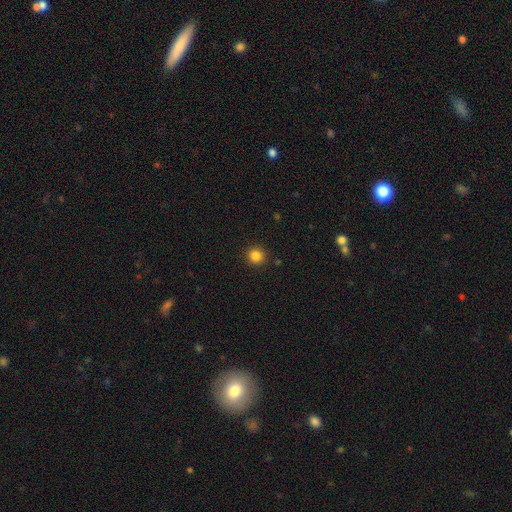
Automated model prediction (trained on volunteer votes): This is clearly a smooth galaxy (84%). How rounded: clearly round (94%). Merging: clearly none (91%).